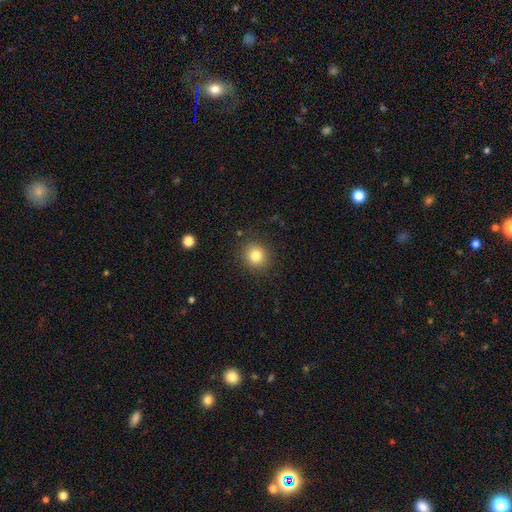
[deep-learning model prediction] Smooth or featured?
  - smooth: 82% *
  - star or artifact: 11%
  - featured or disk: 7%
How rounded?
  - round: 87% *
  - in between: 12%
  - cigar-shaped: 1%
Merging?
  - none: 88% *
  - minor disturbance: 8%
  - major disturbance: 3%
  - merger: 1%